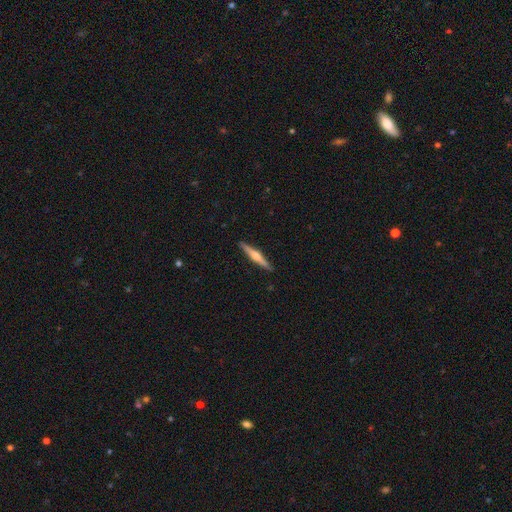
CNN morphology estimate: Overall: featured or disk (68%). Edge-on disk: yes (98%). Edge-on bulge: rounded (88%). Merging: none (91%).